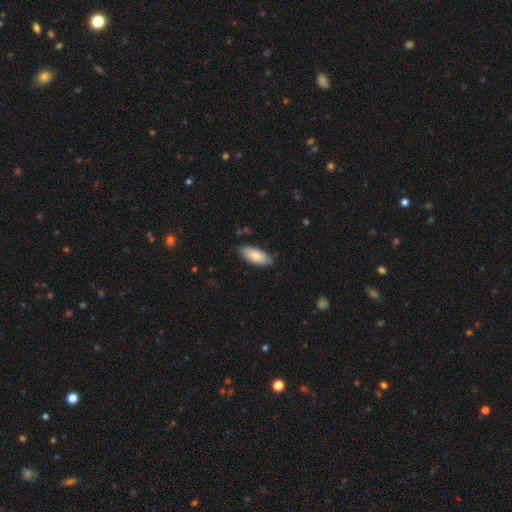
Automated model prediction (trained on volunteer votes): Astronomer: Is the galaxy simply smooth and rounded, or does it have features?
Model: smooth — 80%.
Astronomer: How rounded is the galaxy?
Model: in between — 84%.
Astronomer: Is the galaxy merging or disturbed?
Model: none — 81%.